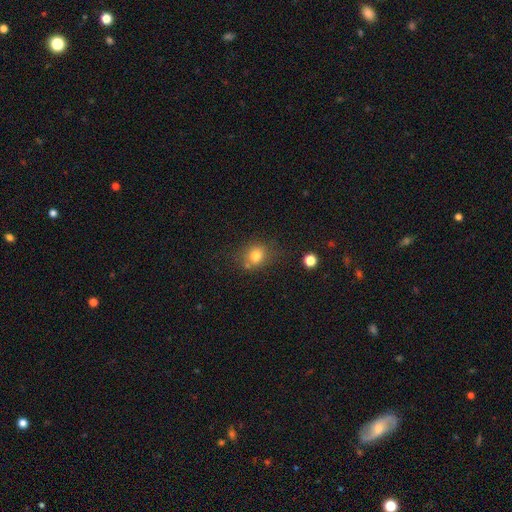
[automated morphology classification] This appears to be a smooth galaxy with no disk features (78%) that is round (71%). Merging: none (69%).